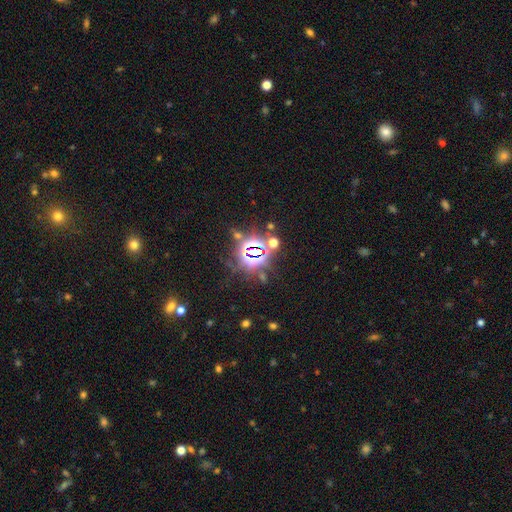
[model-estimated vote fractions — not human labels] This is likely a star or artifact rather than a galaxy (78%).